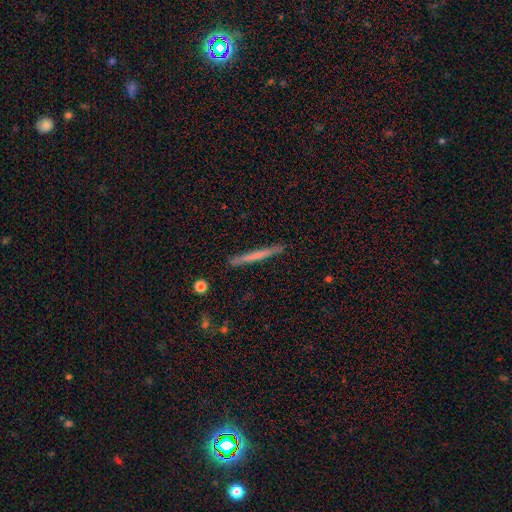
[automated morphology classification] The model was most divided on "smooth or featured": smooth: 56%, featured or disk: 39%, star or artifact: 6%. More confident: how rounded — cigar-shaped (97%); merging — none (90%).